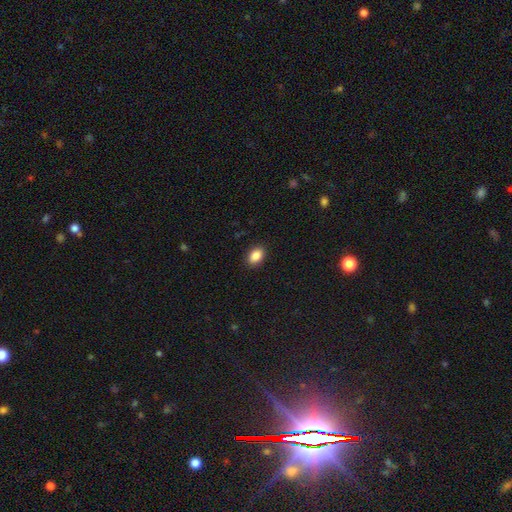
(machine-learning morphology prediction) smooth_or_featured: smooth (p=0.88) [alt: star or artifact p=0.08]
how_rounded: in between (p=0.79) [alt: round p=0.20]
merging: none (p=0.90) [alt: minor disturbance p=0.07]